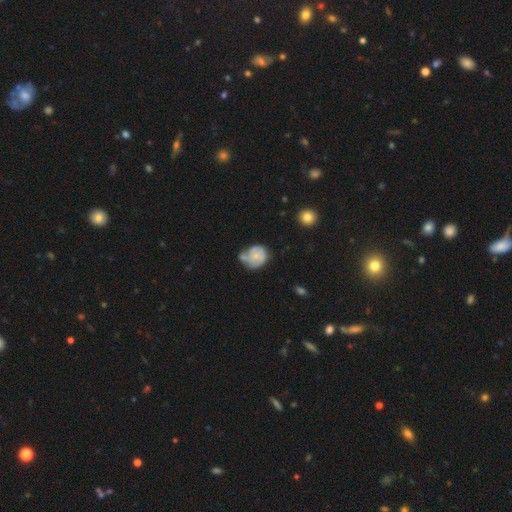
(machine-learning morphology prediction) smooth-or-featured: featured or disk: 48% | smooth: 44% | star or artifact: 7%
  merging: none: 35% | minor disturbance: 27% | merger: 25% | major disturbance: 13%